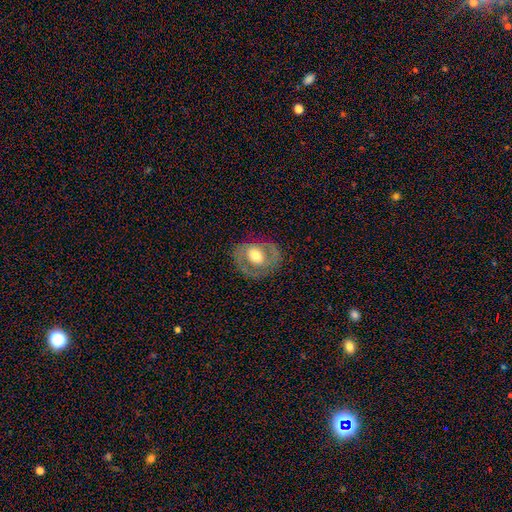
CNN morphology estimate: type=featured or disk (59%); edge-on=no (95%); bar=no (58%); spiral arms=no (55%); bulge=moderate (63%); merging=none (75%).